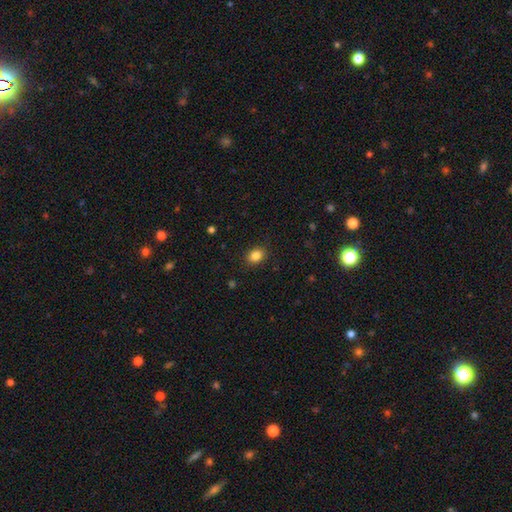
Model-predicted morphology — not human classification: The model was most divided on "how rounded": in between: 60%, round: 39%, cigar-shaped: 1%. More confident: merging — none (88%); smooth or featured — smooth (85%).